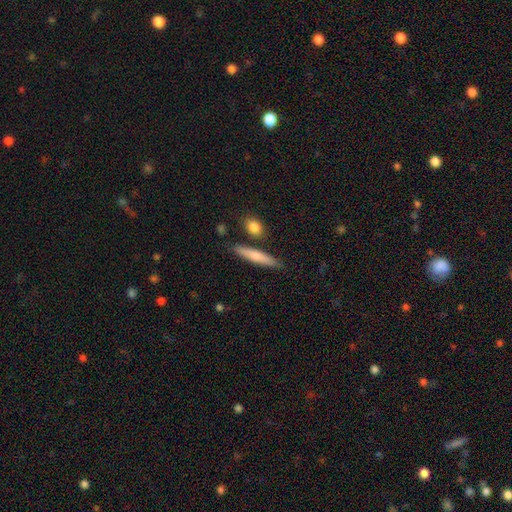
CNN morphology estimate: This is likely a smooth galaxy (66%). How rounded: clearly cigar-shaped (89%). Merging: clearly none (82%).